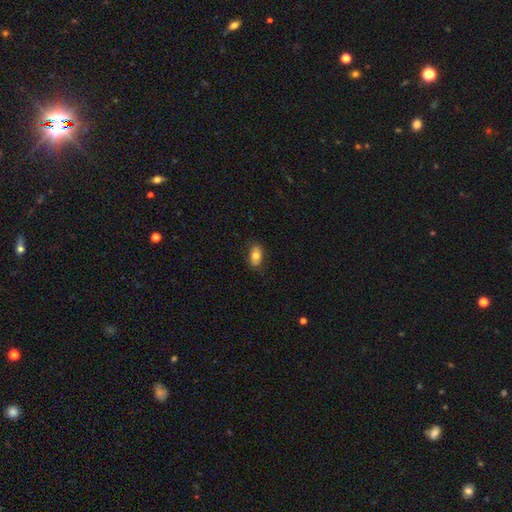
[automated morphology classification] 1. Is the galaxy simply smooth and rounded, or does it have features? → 74% smooth, 19% featured or disk, 7% star or artifact.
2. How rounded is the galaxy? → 89% in between, 9% round, 2% cigar-shaped.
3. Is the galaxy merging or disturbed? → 82% none, 14% minor disturbance, 3% major disturbance, 1% merger.